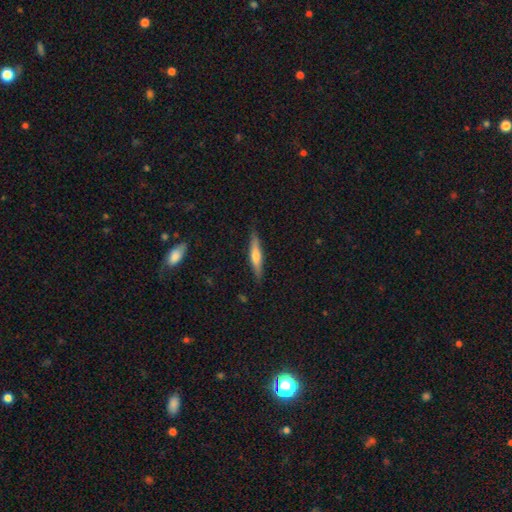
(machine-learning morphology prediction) smooth 50%, featured or disk 44%, star or artifact 6%. Down the decision tree: merging — none (87%).